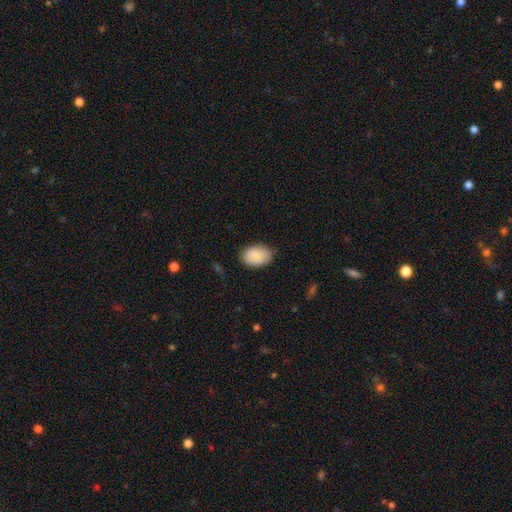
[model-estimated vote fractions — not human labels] Overall: smooth (86%). How rounded: in between (85%). Merging: none (82%).